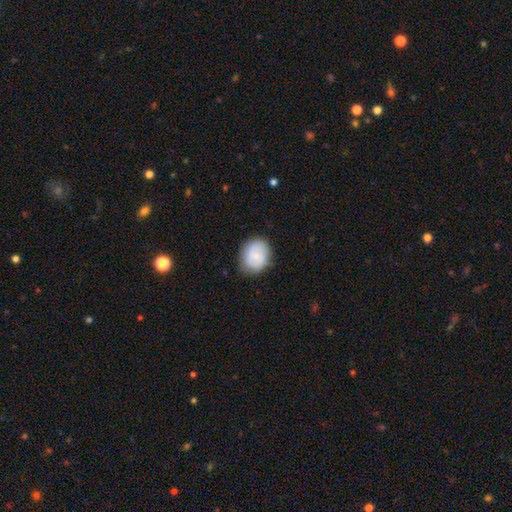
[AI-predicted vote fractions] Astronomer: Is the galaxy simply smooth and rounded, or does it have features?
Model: smooth — 75%.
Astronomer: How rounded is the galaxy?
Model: round — 55% (runner-up: in between, 44%).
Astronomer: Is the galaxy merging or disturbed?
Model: none — 79%.